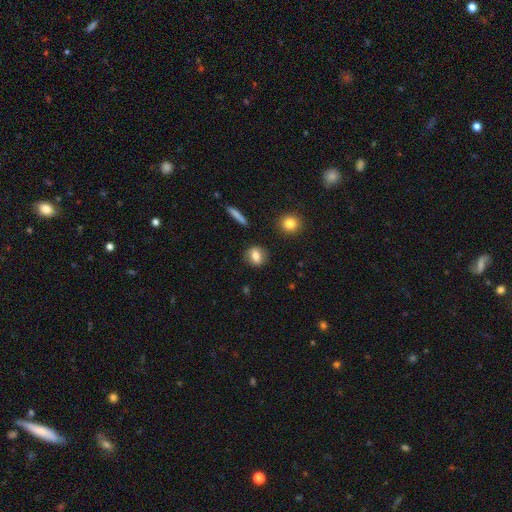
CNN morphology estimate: smooth-or-featured: smooth: 77% | featured or disk: 14% | star or artifact: 9%
  how-rounded: round: 57% | in between: 39% | cigar-shaped: 4%
  merging: none: 86% | minor disturbance: 9% | major disturbance: 3% | merger: 2%